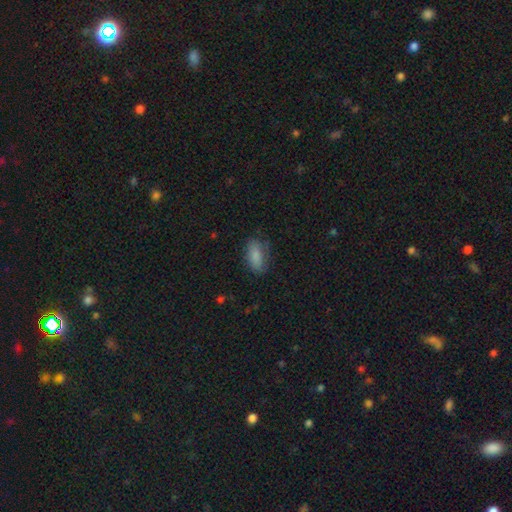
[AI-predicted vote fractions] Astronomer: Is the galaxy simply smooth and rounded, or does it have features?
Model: smooth — 84%.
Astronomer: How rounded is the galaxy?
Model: in between — 89%.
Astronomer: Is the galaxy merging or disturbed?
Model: none — 72%.